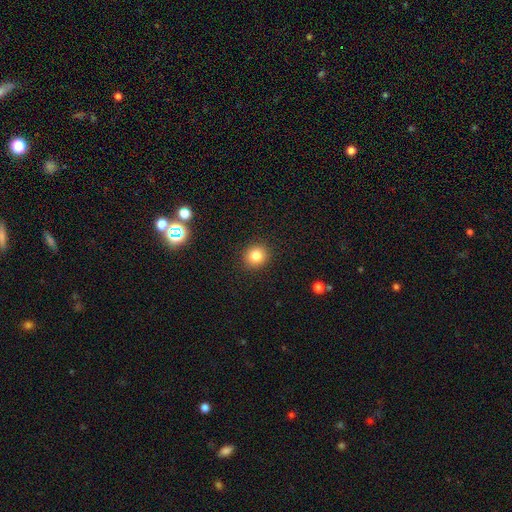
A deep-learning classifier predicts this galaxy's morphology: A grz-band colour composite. It shows a smooth galaxy with no disk features (82%) that is round (86%). Merging: none (91%).